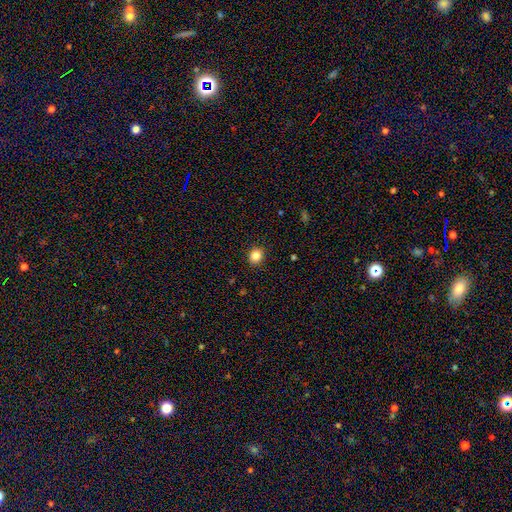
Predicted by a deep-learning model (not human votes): Overall: smooth (84%). How rounded: round (76%). Merging: none (91%).